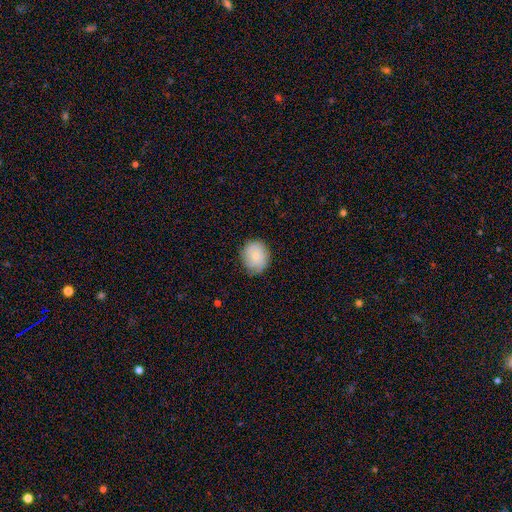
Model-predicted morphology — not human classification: Smooth or featured? Predicted: smooth (p=0.68). How rounded? Predicted: round (p=0.68). Merging? Predicted: none (p=0.68).